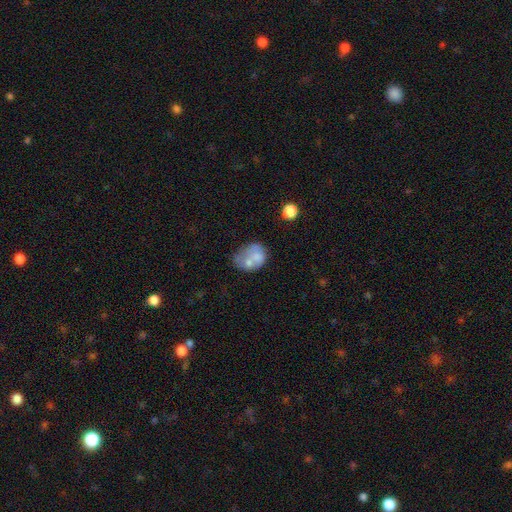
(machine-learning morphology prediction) Smooth or featured?
  - smooth: 61% *
  - featured or disk: 30%
  - star or artifact: 9%
How rounded?
  - in between: 53% *
  - round: 46%
  - cigar-shaped: 1%
Merging?
  - merger: 39% *
  - none: 28%
  - minor disturbance: 18%
  - major disturbance: 14%